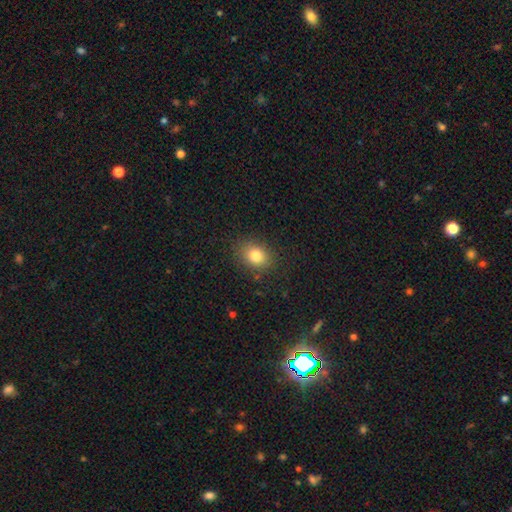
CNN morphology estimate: Smooth or featured: smooth — 81% (star or artifact — 11%)
How rounded: round — 51% (in between — 48%)
Merging: none — 86% (minor disturbance — 10%)